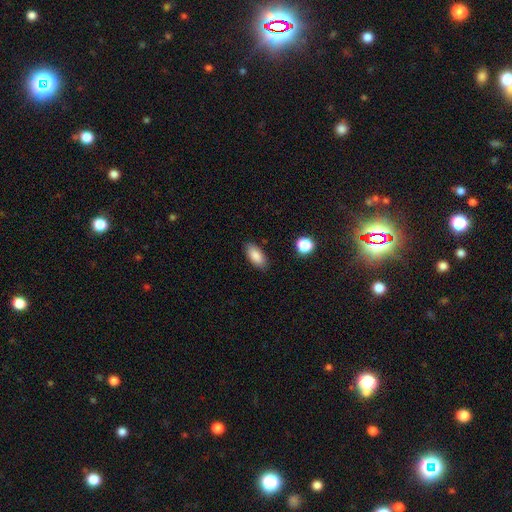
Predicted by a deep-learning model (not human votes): A smooth galaxy with no disk features (86%) that is in between round and cigar-shaped (89%).

Vote fractions:
- Smooth or featured? smooth: 86% / star or artifact: 8% / featured or disk: 6%
- How rounded? in between: 89% / cigar-shaped: 8% / round: 3%
- Merging? none: 85% / minor disturbance: 11% / major disturbance: 3% / merger: 2%